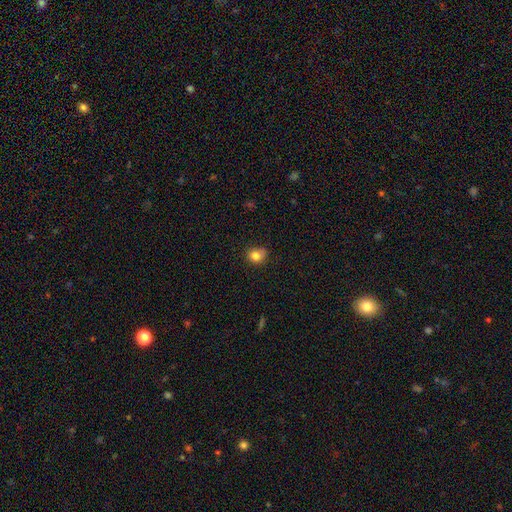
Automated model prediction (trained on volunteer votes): Smooth or featured? Predicted: smooth (p=0.81). How rounded? Predicted: round (p=0.72). Merging? Predicted: none (p=0.64).